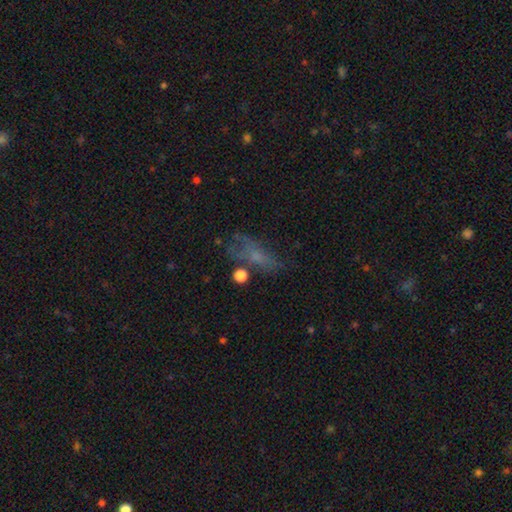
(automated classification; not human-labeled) This is possibly a smooth galaxy (48%). Merging: possibly none (46%).